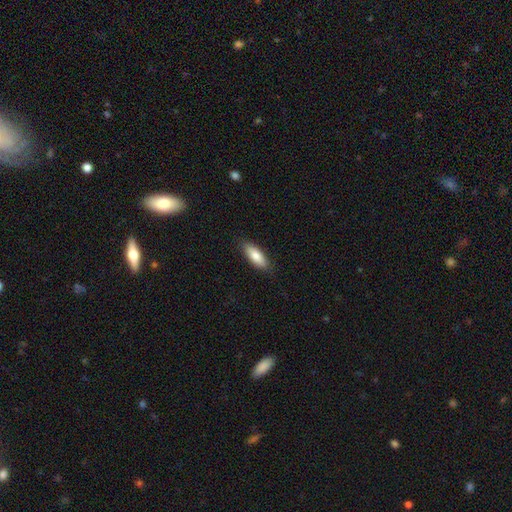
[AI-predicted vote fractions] Morphology: type=smooth (80%); roundness=in between (69%); merging=none (86%).